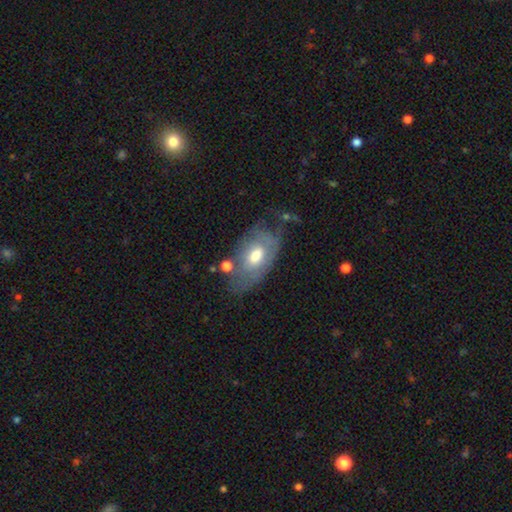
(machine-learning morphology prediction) A smooth galaxy with no disk features (49%).

Vote fractions:
- Smooth or featured? smooth: 49% / featured or disk: 44% / star or artifact: 7%
- Merging? none: 43% / minor disturbance: 29% / major disturbance: 21% / merger: 7%